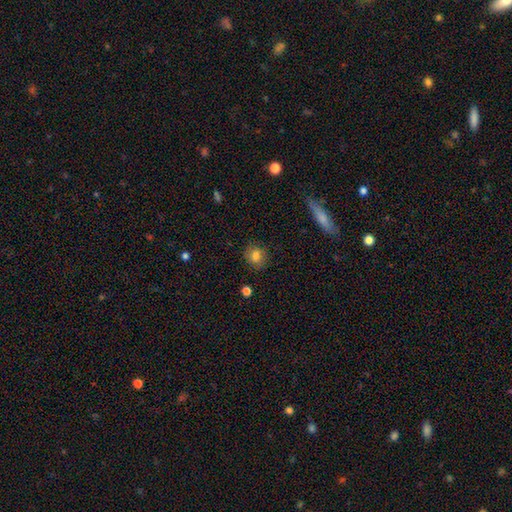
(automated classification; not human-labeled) Smooth or featured? Predicted: smooth (p=0.81). How rounded? Predicted: round (p=0.67). Merging? Predicted: none (p=0.84).